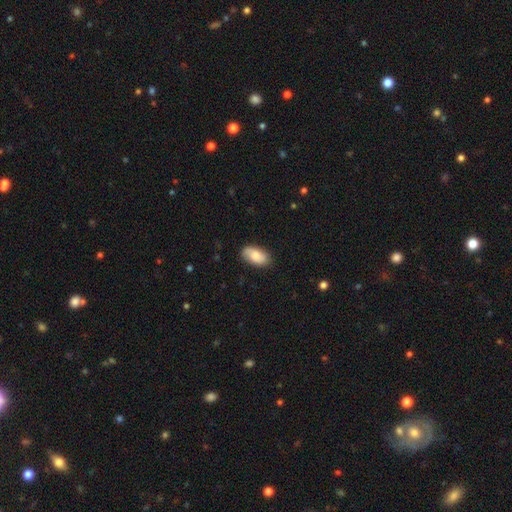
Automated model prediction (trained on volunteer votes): A smooth galaxy with no disk features (76%) that is in between round and cigar-shaped (94%). Merging: none (82%).